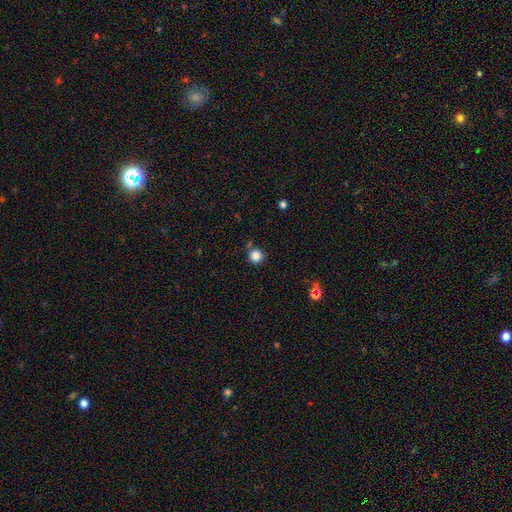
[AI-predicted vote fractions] A smooth galaxy with no disk features (85%) that is round (94%). Merging: none (80%).